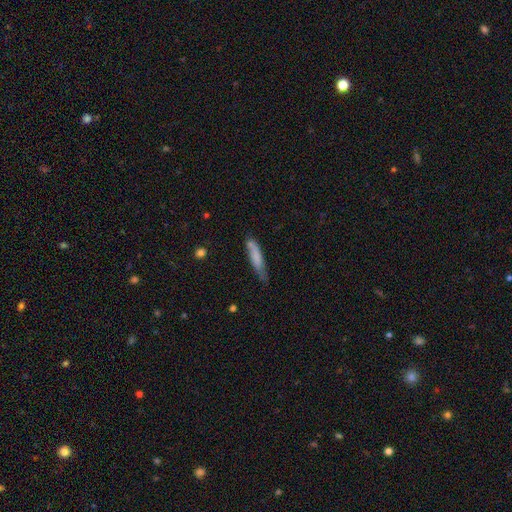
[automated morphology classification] Smooth or featured? Predicted: smooth (p=0.69). How rounded? Predicted: cigar-shaped (p=0.85). Merging? Predicted: none (p=0.60).